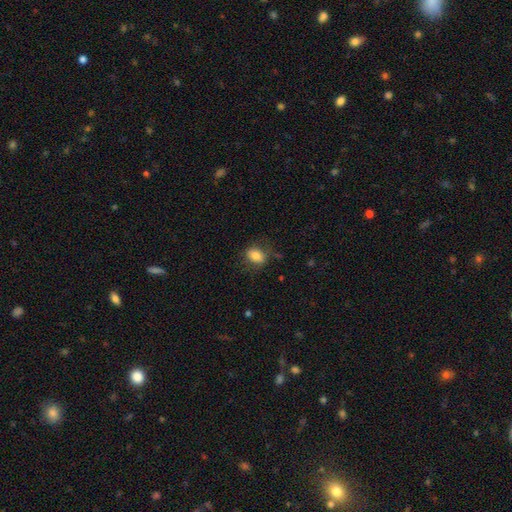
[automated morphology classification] smooth_or_featured: smooth (p=0.80) [alt: featured or disk p=0.11]
how_rounded: in between (p=0.68) [alt: round p=0.31]
merging: none (p=0.74) [alt: minor disturbance p=0.17]